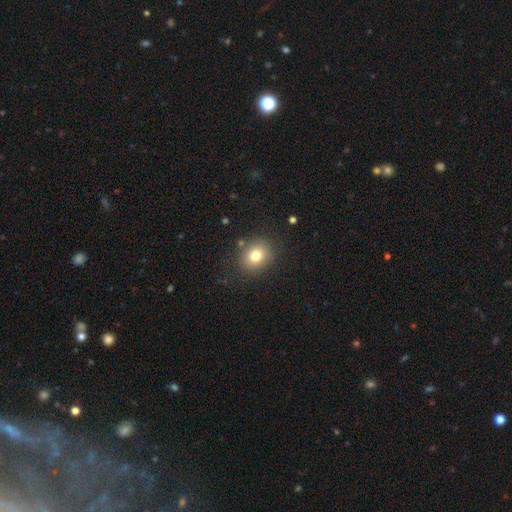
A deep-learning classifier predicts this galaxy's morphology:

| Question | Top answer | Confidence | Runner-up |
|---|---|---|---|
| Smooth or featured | smooth | 77% | star or artifact (12%) |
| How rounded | round | 69% | in between (30%) |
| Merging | none | 85% | minor disturbance (9%) |